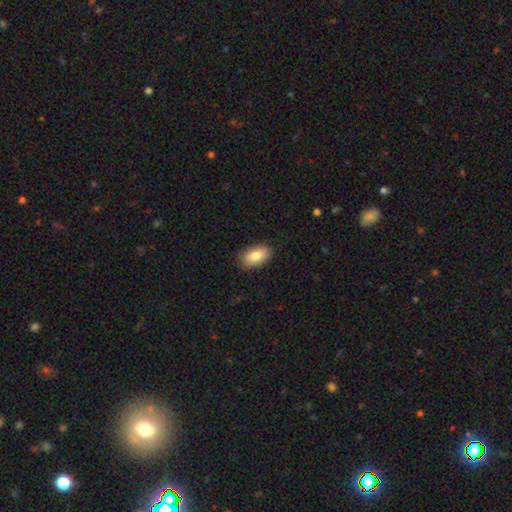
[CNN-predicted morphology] This appears to be a smooth galaxy with no disk features (83%) that is in between round and cigar-shaped (93%). Merging: none (87%).